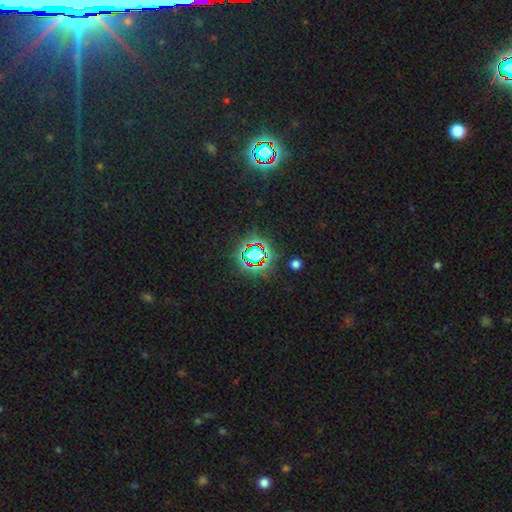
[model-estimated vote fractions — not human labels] A star or artifact, not a galaxy (73%).

Vote fractions:
- Smooth or featured? star or artifact: 73% / smooth: 17% / featured or disk: 10%